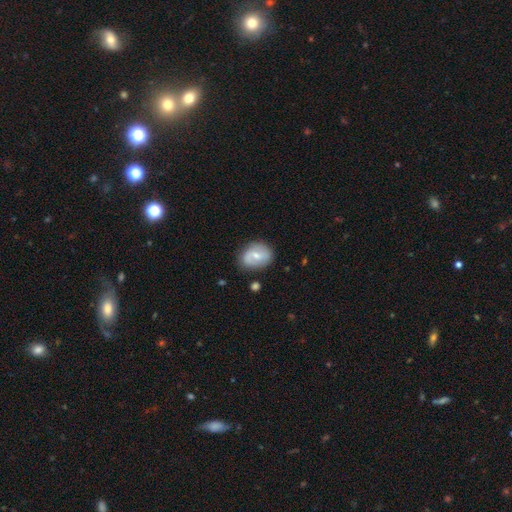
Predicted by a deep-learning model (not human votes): Morphology: type=featured or disk (47%); merging=none (76%).